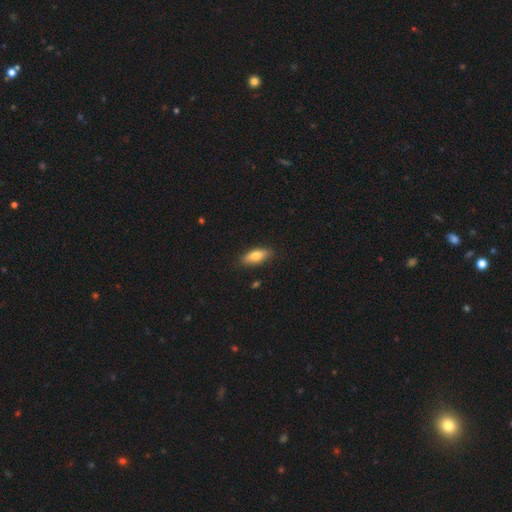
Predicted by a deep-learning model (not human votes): A smooth galaxy with no disk features (75%) that is in between round and cigar-shaped (74%).

Vote fractions:
- Smooth or featured? smooth: 75% / featured or disk: 19% / star or artifact: 6%
- How rounded? in between: 74% / cigar-shaped: 23% / round: 3%
- Merging? none: 85% / minor disturbance: 12% / major disturbance: 2% / merger: 1%